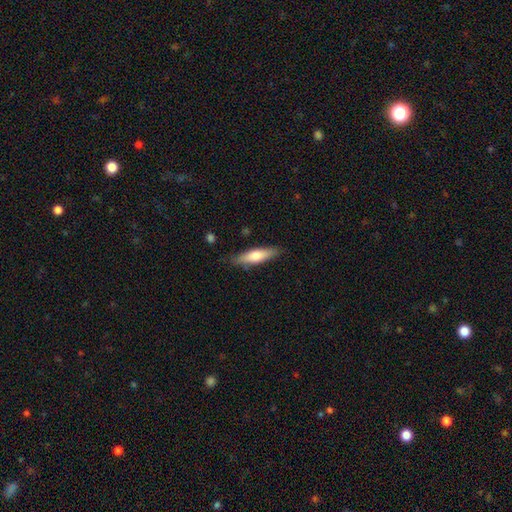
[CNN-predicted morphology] smooth_or_featured: smooth (p=0.65) [alt: featured or disk p=0.29]
how_rounded: cigar-shaped (p=0.69) [alt: in between p=0.30]
merging: none (p=0.84) [alt: minor disturbance p=0.12]